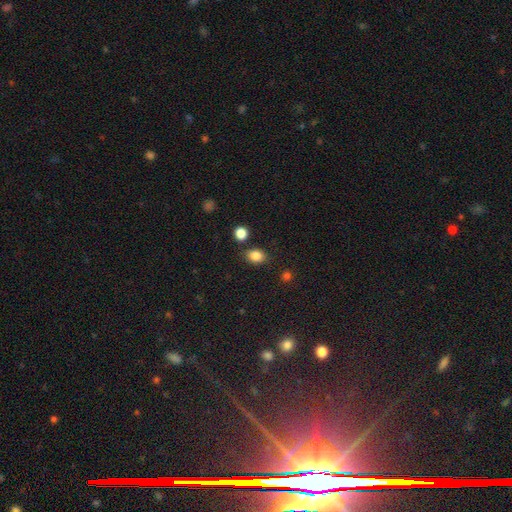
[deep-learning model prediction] A smooth galaxy with no disk features (85%) that is in between round and cigar-shaped (63%). Merging: none (79%).